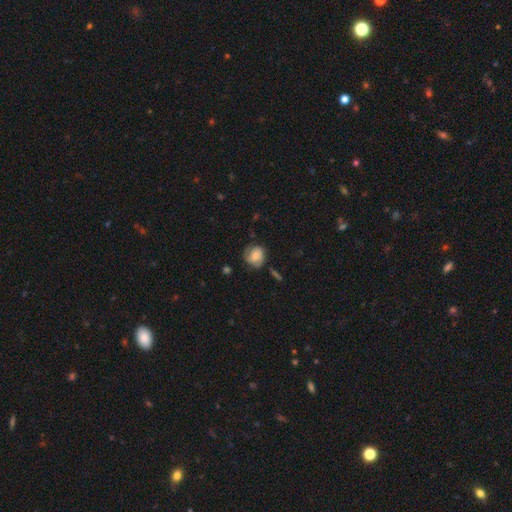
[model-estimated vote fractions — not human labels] smooth_or_featured: smooth (p=0.48) [alt: featured or disk p=0.44]
merging: none (p=0.62) [alt: minor disturbance p=0.26]